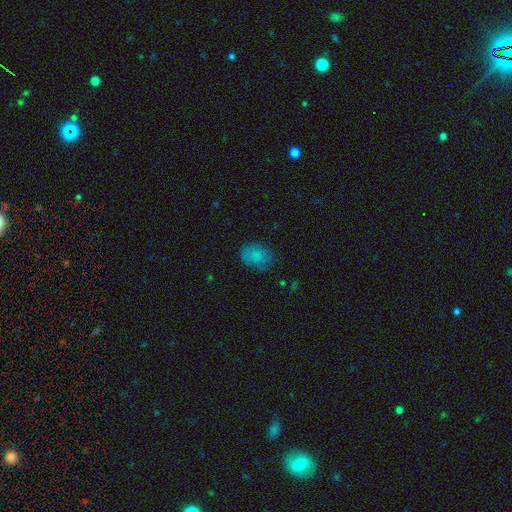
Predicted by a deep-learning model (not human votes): Morphology: type=smooth (80%); roundness=in between (70%); merging=none (73%).